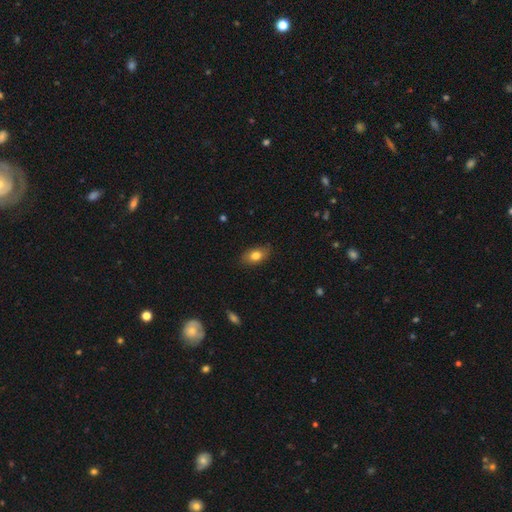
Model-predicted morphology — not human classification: A smooth galaxy with no disk features (80%) that is in between round and cigar-shaped (86%). Merging: none (83%).